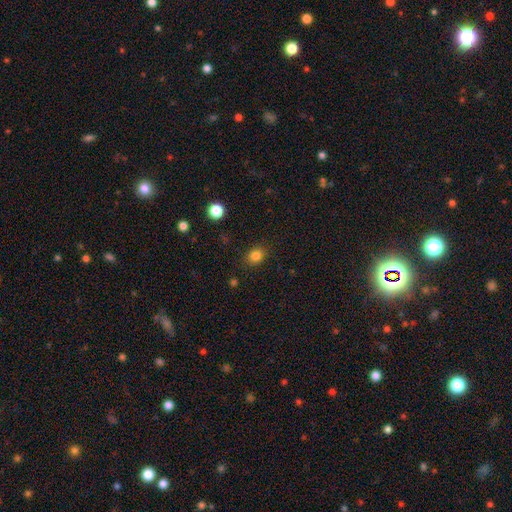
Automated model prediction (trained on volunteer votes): The model was most divided on "how rounded": round: 63%, in between: 36%, cigar-shaped: 1%. More confident: merging — none (86%); smooth or featured — smooth (83%).